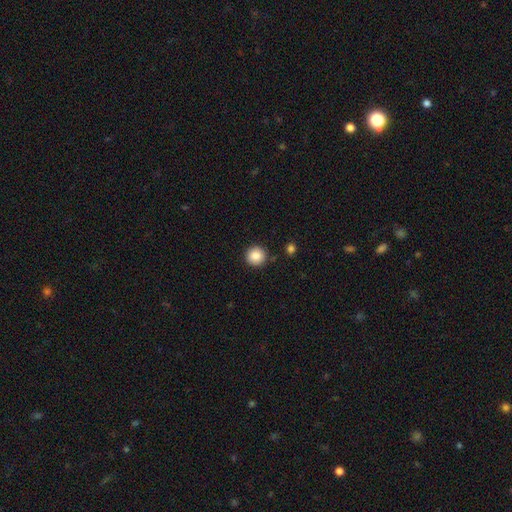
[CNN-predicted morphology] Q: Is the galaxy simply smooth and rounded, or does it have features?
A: smooth — 86%.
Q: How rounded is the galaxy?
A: round — 95%.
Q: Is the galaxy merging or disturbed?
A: none — 90%.